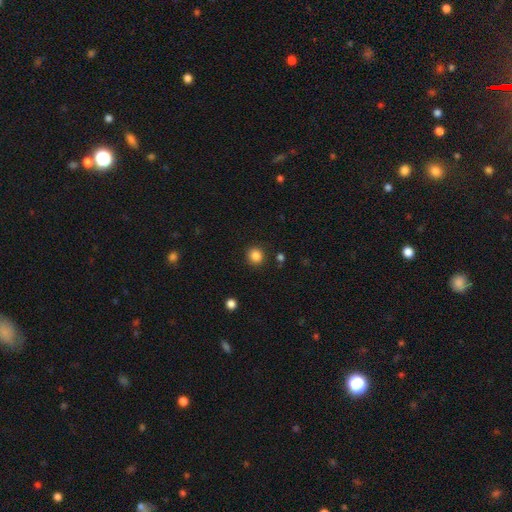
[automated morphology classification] A smooth galaxy with no disk features (85%) that is round (90%). Merging: none (89%).